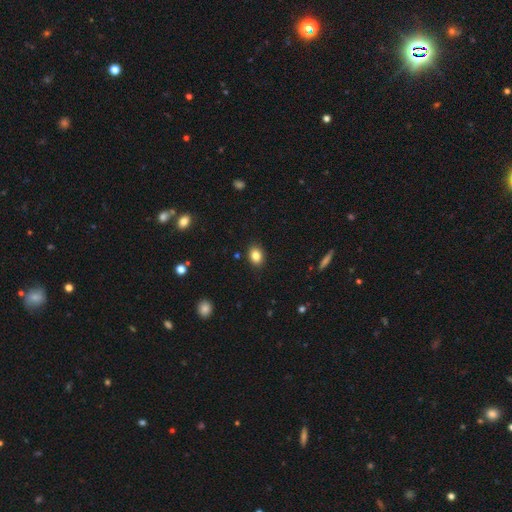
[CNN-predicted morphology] smooth-or-featured: smooth: 84% | star or artifact: 10% | featured or disk: 6%
  how-rounded: in between: 65% | round: 34% | cigar-shaped: 1%
  merging: none: 88% | minor disturbance: 9% | major disturbance: 2% | merger: 1%